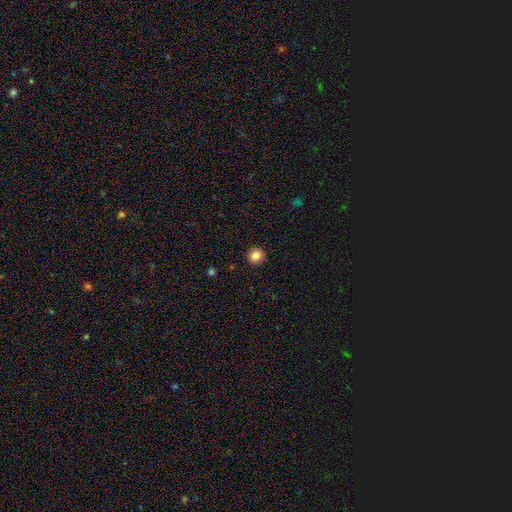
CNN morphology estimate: The model was most divided on "smooth or featured": smooth: 84%, star or artifact: 11%, featured or disk: 5%. More confident: merging — none (93%); how rounded — round (90%).